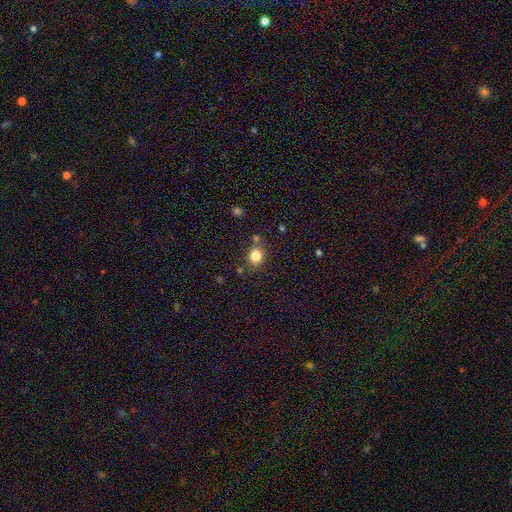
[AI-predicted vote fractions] Overall: smooth (82%). How rounded: round (61%; in between 38%). Merging: none (74%).